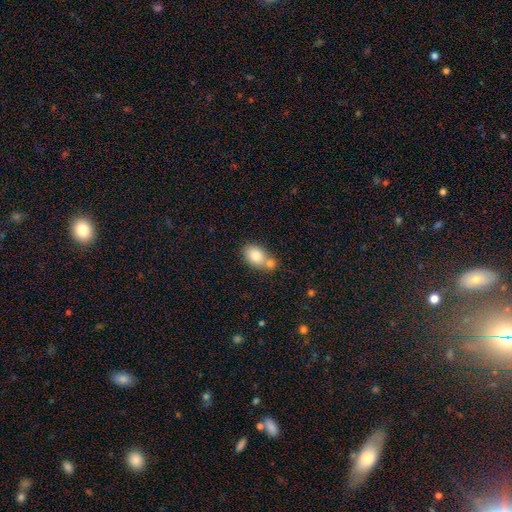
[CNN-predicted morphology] Smooth or featured: smooth — 81% (featured or disk — 11%)
How rounded: in between — 78% (round — 21%)
Merging: none — 43% (merger — 42%)